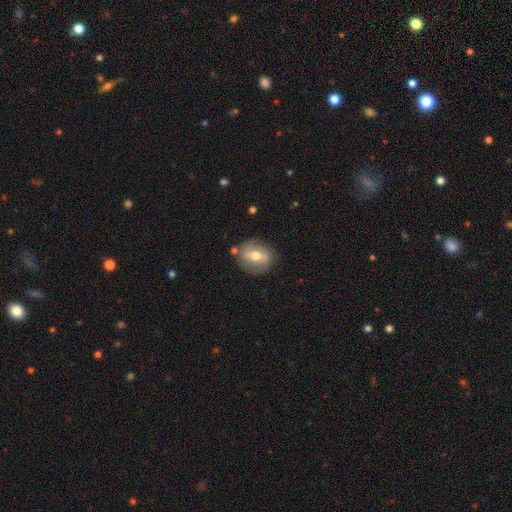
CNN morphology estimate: smooth_or_featured: smooth (p=0.57) [alt: featured or disk p=0.35]
how_rounded: round (p=0.69) [alt: in between p=0.30]
merging: none (p=0.82) [alt: minor disturbance p=0.11]